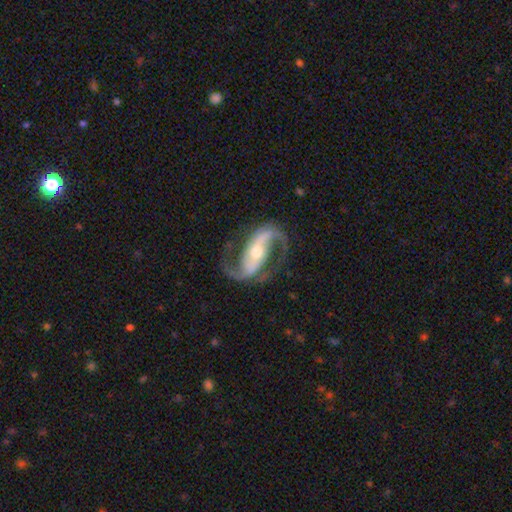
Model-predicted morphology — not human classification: The model was most divided on "bulge size": moderate: 50%, small: 43%, large: 4%, none: 1%, dominant: 1%. More confident: spiral arms — yes (98%); edge-on disk — no (96%); spiral arm count — 2 (94%); smooth or featured — featured or disk (92%); merging — none (80%); bar — strong (52%); spiral winding — medium (51%).